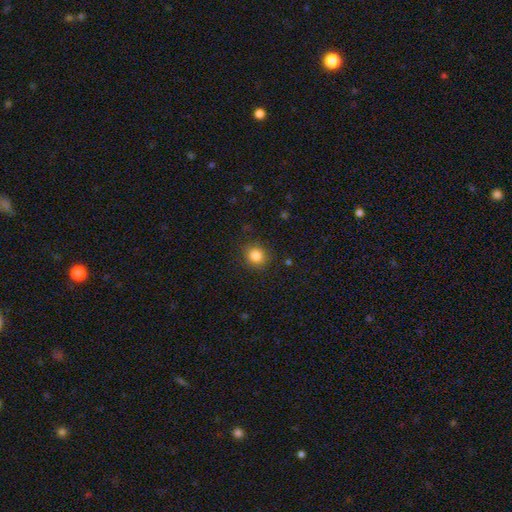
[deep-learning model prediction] Overall: smooth (85%). How rounded: round (83%). Merging: none (88%).